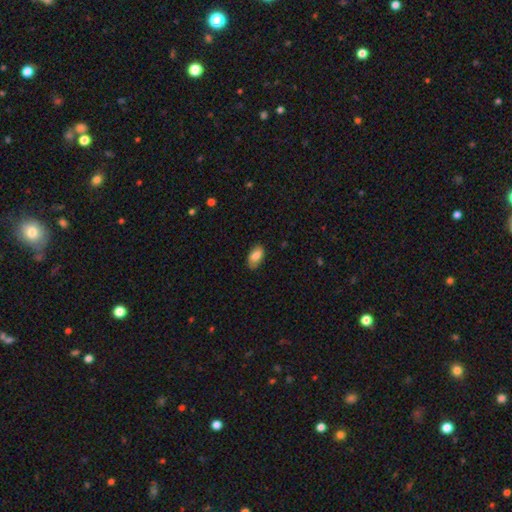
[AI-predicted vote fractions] Smooth or featured?
  - smooth: 82% *
  - featured or disk: 11%
  - star or artifact: 7%
How rounded?
  - in between: 93% *
  - cigar-shaped: 4%
  - round: 3%
Merging?
  - none: 82% *
  - minor disturbance: 14%
  - major disturbance: 3%
  - merger: 1%